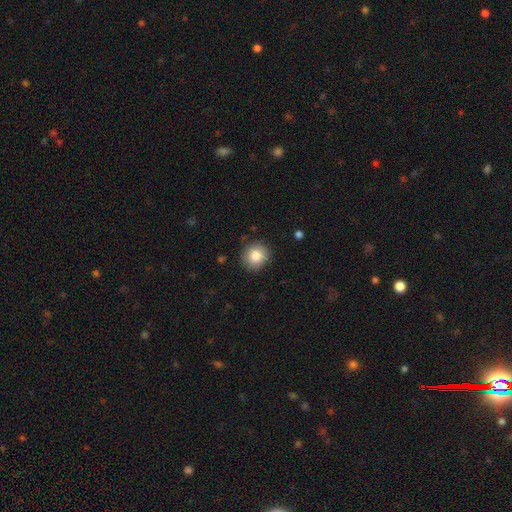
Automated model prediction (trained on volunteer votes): Smooth or featured?
  - smooth: 85% *
  - star or artifact: 9%
  - featured or disk: 6%
How rounded?
  - round: 85% *
  - in between: 14%
  - cigar-shaped: 1%
Merging?
  - none: 88% *
  - minor disturbance: 9%
  - major disturbance: 2%
  - merger: 1%